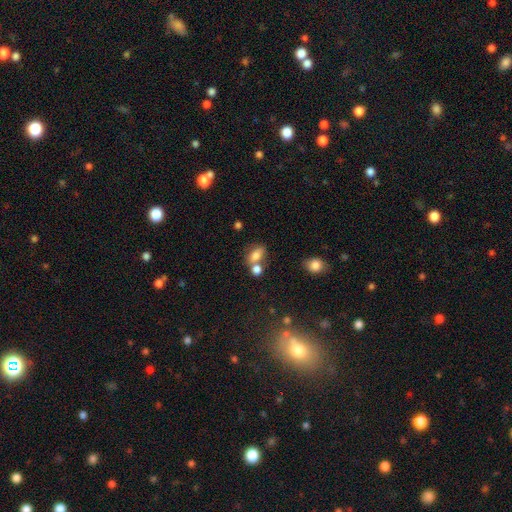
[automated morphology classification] This appears to be a smooth galaxy with no disk features (77%) that is in between round and cigar-shaped (78%). Merging: none (46%).